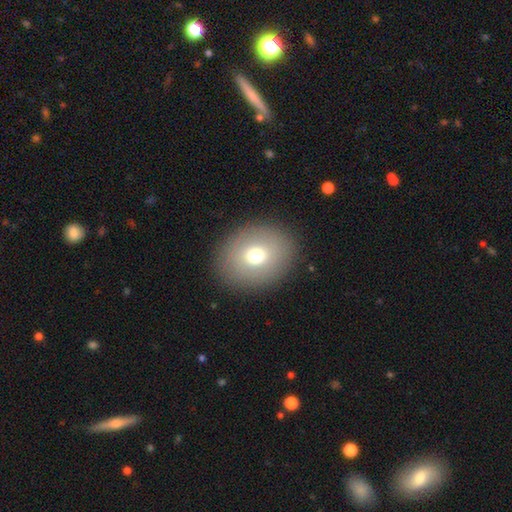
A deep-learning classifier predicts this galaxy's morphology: Smooth or featured? Predicted: smooth (p=0.71). How rounded? Predicted: round (p=0.58). Merging? Predicted: none (p=0.88).